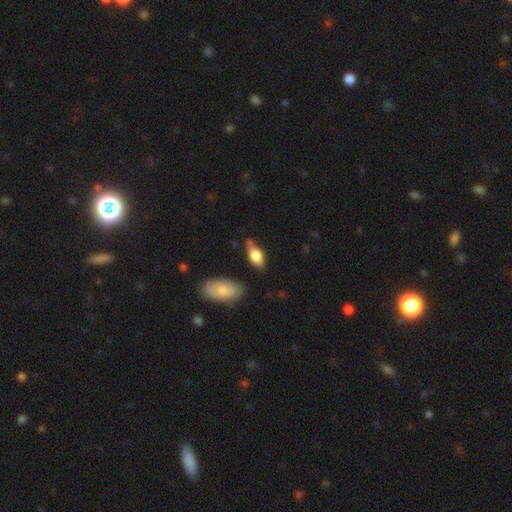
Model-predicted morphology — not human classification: The model was most divided on "merging": none: 62%, minor disturbance: 25%, merger: 7%, major disturbance: 6%. More confident: how rounded — in between (82%); smooth or featured — smooth (69%).